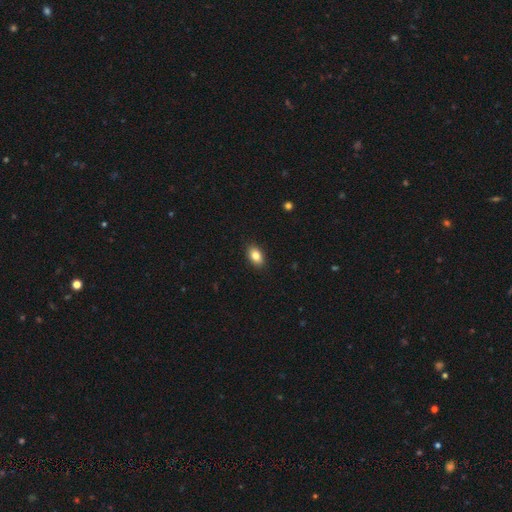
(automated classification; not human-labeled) Smooth or featured?
  - smooth: 84% *
  - star or artifact: 8%
  - featured or disk: 8%
How rounded?
  - in between: 88% *
  - round: 10%
  - cigar-shaped: 2%
Merging?
  - none: 89% *
  - minor disturbance: 8%
  - major disturbance: 2%
  - merger: 1%